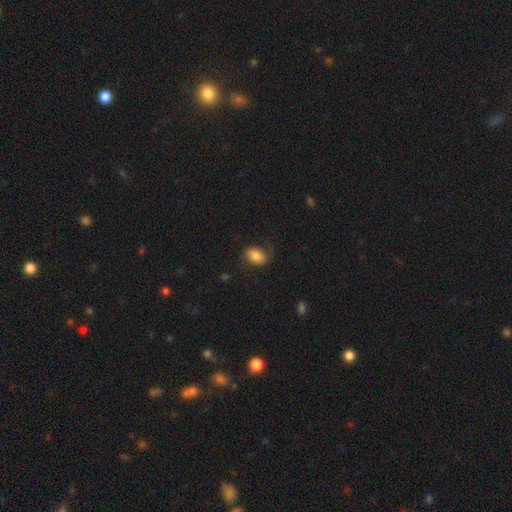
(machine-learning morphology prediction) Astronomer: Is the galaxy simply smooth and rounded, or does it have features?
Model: smooth — 68%.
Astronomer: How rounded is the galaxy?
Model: in between — 80%.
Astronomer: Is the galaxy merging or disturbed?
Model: none — 67%.